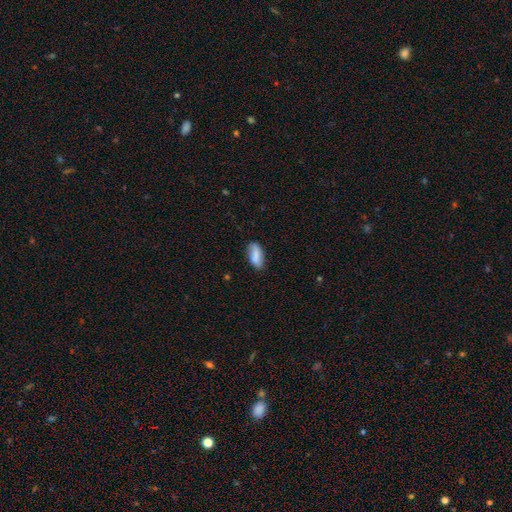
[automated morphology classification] Overall: smooth (81%). How rounded: in between (86%). Merging: none (76%).